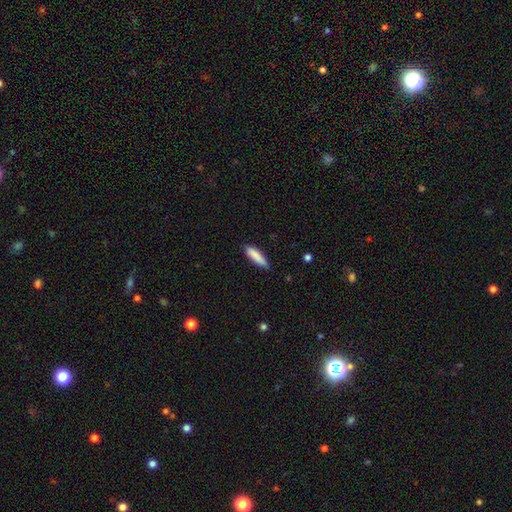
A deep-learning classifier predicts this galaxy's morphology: Q: Smooth or featured?
A: smooth (86%); runner-up: featured or disk (8%)
Q: How rounded?
A: cigar-shaped (71%); runner-up: in between (28%)
Q: Merging?
A: none (78%); runner-up: minor disturbance (18%)